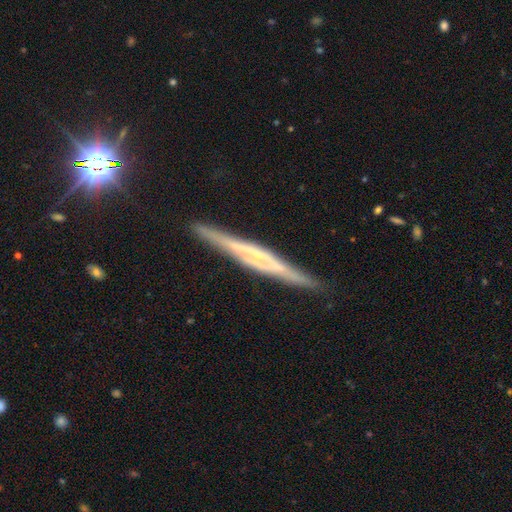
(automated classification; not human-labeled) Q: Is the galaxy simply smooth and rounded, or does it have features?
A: featured or disk — 80%.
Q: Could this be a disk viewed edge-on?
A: yes — 97%.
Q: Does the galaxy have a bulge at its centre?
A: rounded — 37%.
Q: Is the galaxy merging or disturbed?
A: none — 89%.